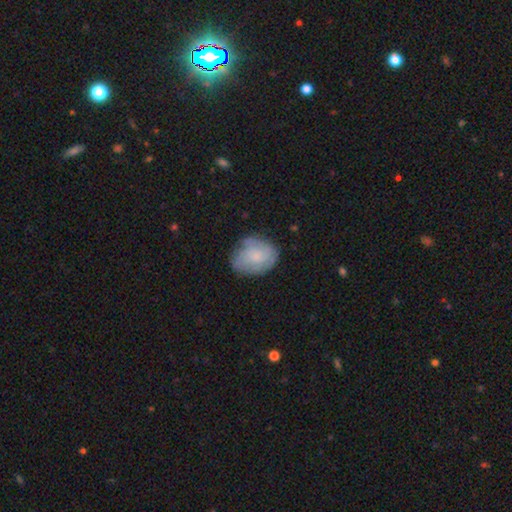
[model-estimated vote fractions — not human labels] Morphology: type=smooth (51%); roundness=in between (58%); merging=none (68%).